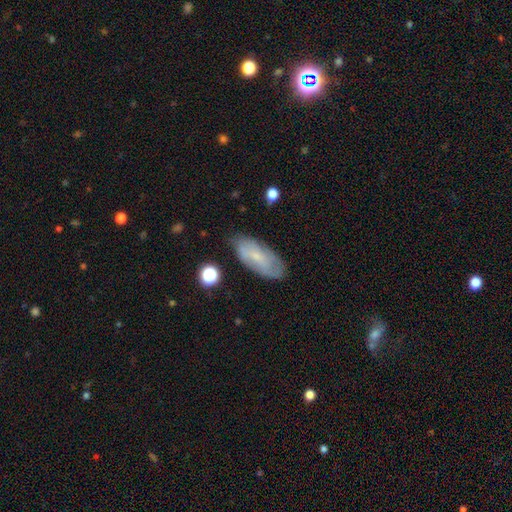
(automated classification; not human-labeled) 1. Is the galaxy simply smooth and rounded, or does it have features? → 48% smooth, 43% featured or disk, 9% star or artifact.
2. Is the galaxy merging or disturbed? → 76% none, 18% minor disturbance, 4% major disturbance, 2% merger.